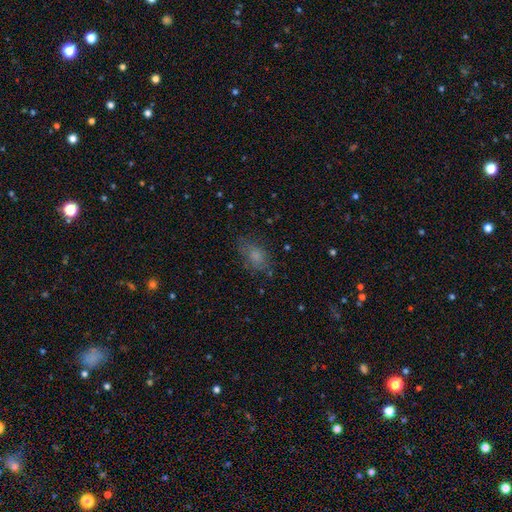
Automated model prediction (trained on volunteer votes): Overall: smooth (73%). How rounded: in between (83%). Merging: none (63%).